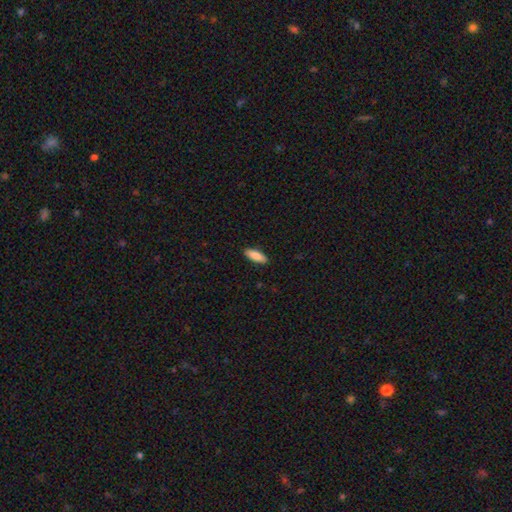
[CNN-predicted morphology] type=smooth (86%); roundness=in between (62%); merging=none (90%).